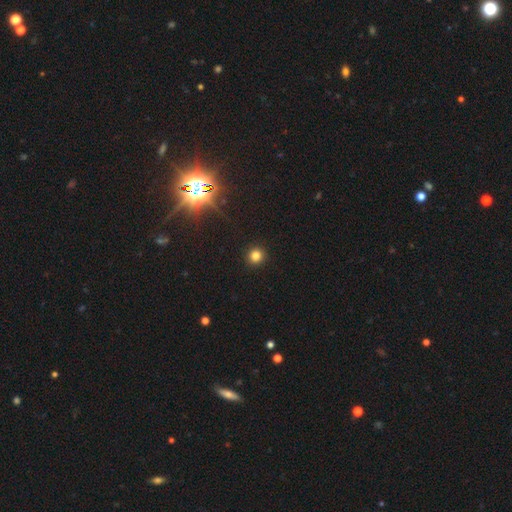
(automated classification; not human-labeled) Overall: smooth (80%). How rounded: round (93%). Merging: none (93%).